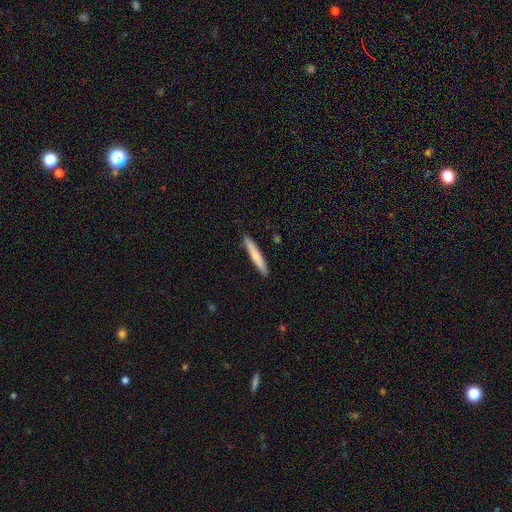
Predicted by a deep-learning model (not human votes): Morphology: type=smooth (69%); roundness=cigar-shaped (95%); merging=none (90%).